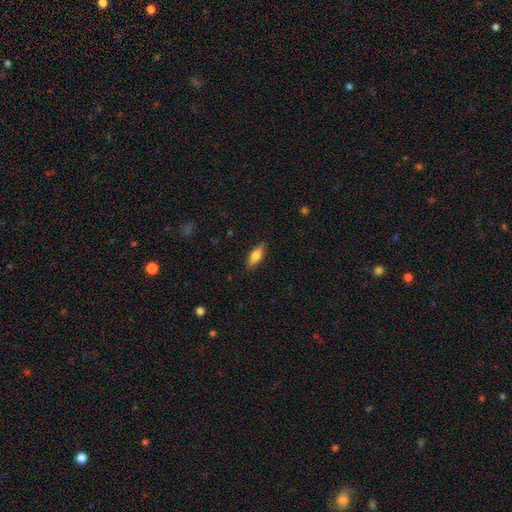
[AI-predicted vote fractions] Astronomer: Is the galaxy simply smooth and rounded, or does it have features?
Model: smooth — 67%.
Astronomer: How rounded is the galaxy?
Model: in between — 62%.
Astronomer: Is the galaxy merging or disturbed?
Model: none — 87%.